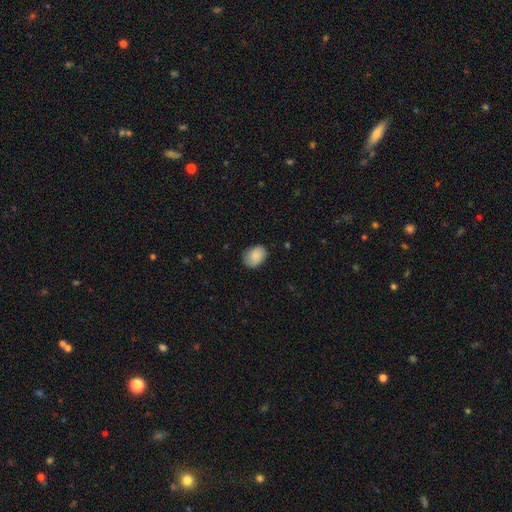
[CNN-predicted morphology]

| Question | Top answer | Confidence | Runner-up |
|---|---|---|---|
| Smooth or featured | smooth | 84% | featured or disk (9%) |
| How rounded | in between | 70% | round (29%) |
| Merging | none | 79% | minor disturbance (16%) |